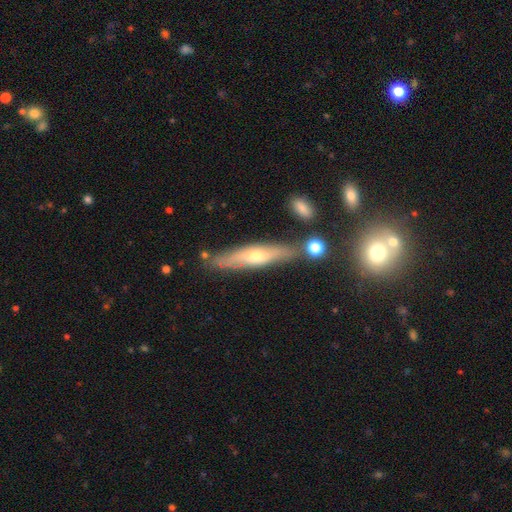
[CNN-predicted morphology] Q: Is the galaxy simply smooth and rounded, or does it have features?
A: featured or disk — 58%.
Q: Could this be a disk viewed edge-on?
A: yes — 82%.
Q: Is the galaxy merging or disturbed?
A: none — 78%.